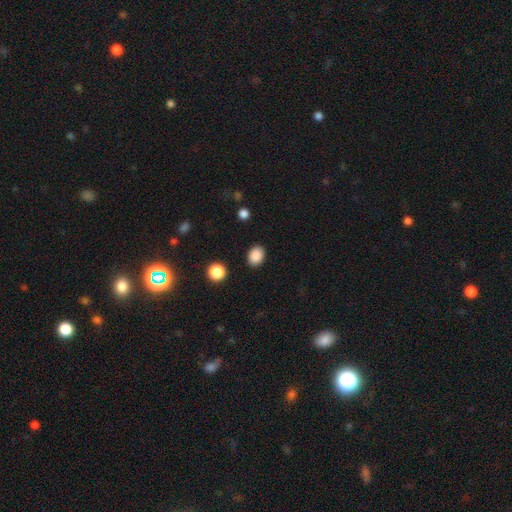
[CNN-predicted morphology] Smooth or featured: smooth — 88% (star or artifact — 9%)
How rounded: in between — 67% (round — 32%)
Merging: none — 88% (minor disturbance — 8%)